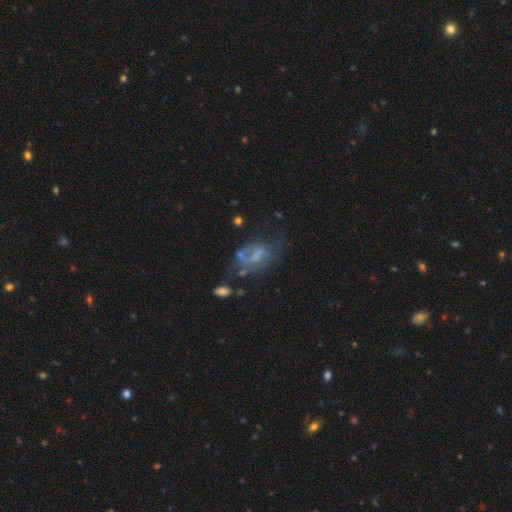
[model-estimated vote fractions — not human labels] smooth-or-featured: featured or disk: 54% | smooth: 32% | star or artifact: 14%
  disk-edge-on: no: 96% | yes: 4%
    bar: no: 65% | weak: 28% | strong: 8%
    has-spiral-arms: no: 66% | yes: 34%
    bulge-size: none: 51% | small: 22% | moderate: 21% | large: 5% | dominant: 1%
  merging: none: 32% (tied) | major disturbance: 32% (tied) | minor disturbance: 23% | merger: 13%